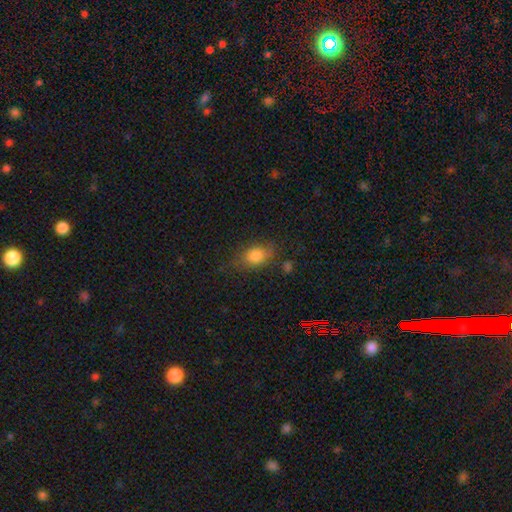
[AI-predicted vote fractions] Overall: smooth (81%). How rounded: in between (78%). Merging: none (70%).